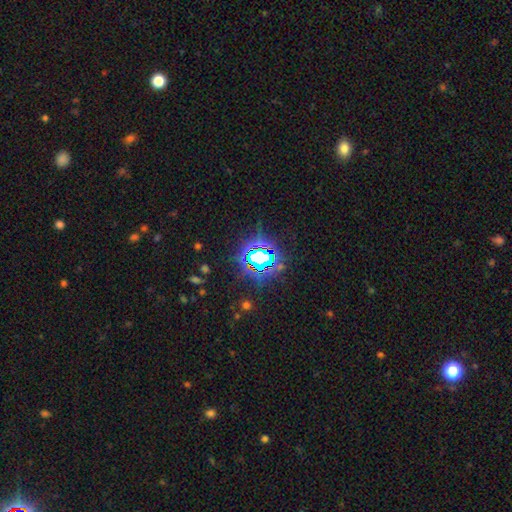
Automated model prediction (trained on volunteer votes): Morphology: type=star or artifact (76%).